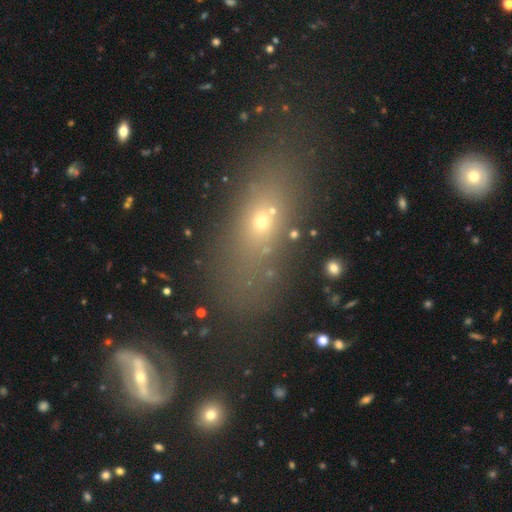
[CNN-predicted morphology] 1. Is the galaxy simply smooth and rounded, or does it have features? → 46% smooth, 32% featured or disk, 21% star or artifact.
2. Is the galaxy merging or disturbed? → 69% none, 15% minor disturbance, 8% major disturbance, 8% merger.